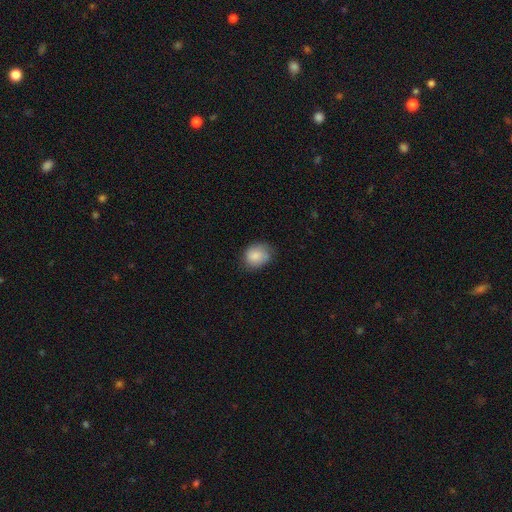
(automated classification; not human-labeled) Overall: smooth (84%). How rounded: round (53%; in between 46%). Merging: none (68%).